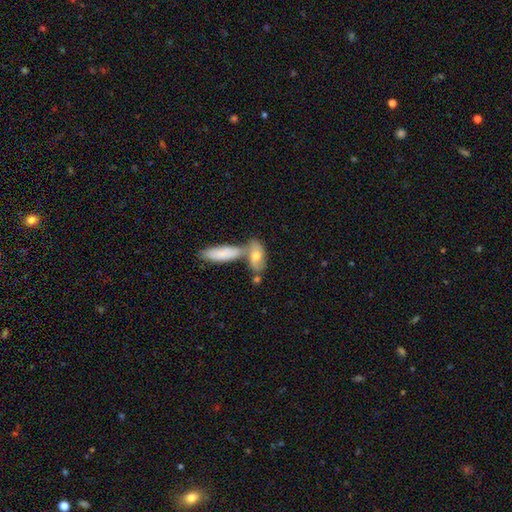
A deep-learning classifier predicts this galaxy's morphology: This is likely a smooth galaxy (67%). How rounded: likely in between (72%). Merging: marginally merger (44%).